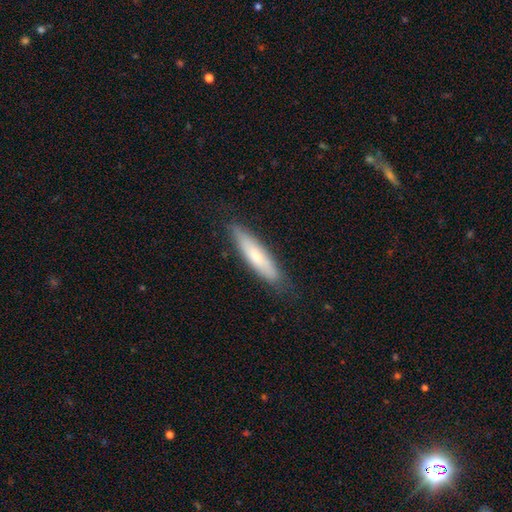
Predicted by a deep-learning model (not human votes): A smooth galaxy with no disk features (66%) that is cigar-shaped (78%).

Vote fractions:
- Smooth or featured? smooth: 66% / featured or disk: 28% / star or artifact: 6%
- How rounded? cigar-shaped: 78% / in between: 20% / round: 1%
- Merging? none: 82% / minor disturbance: 14% / major disturbance: 3% / merger: 1%